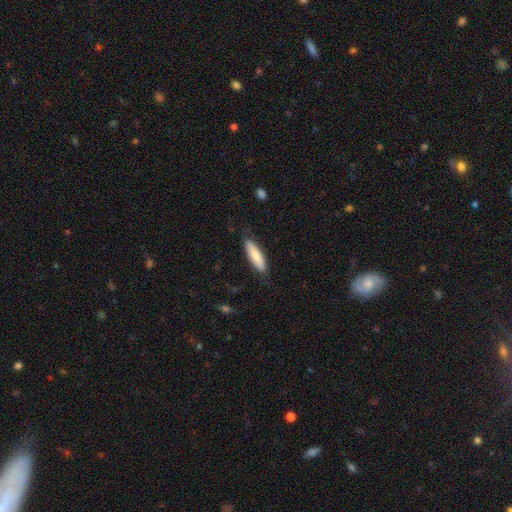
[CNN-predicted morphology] Smooth or featured? smooth (81%)
How rounded? cigar-shaped (63%)
Merging? none (81%)